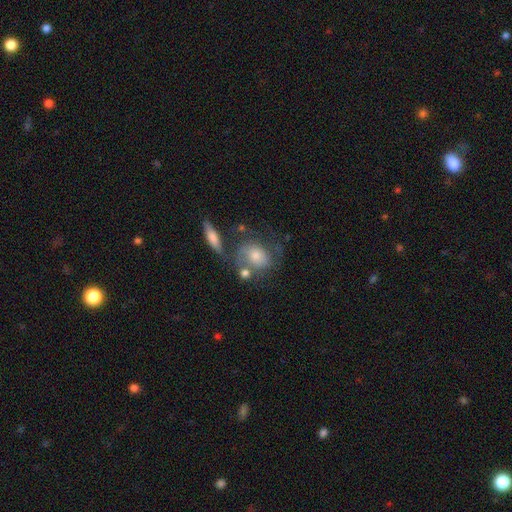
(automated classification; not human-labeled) Q: Smooth or featured?
A: featured or disk (50%); runner-up: smooth (40%)
Q: Edge-on disk?
A: no (91%); runner-up: yes (9%)
Q: Merging?
A: none (46%); runner-up: minor disturbance (20%)